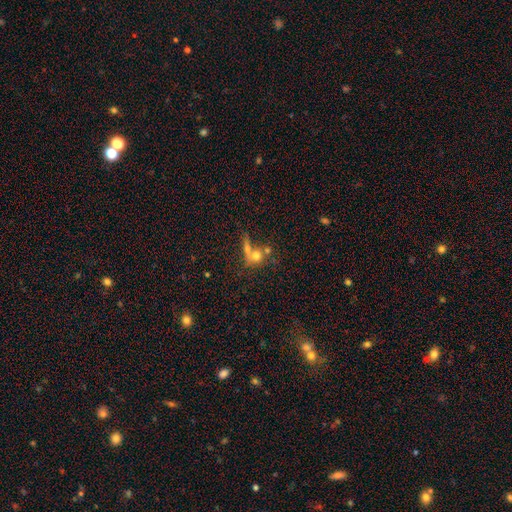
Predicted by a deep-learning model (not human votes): smooth-or-featured: smooth: 68% | featured or disk: 20% | star or artifact: 13%
  how-rounded: round: 72% | in between: 24% | cigar-shaped: 5%
  merging: merger: 48% | none: 34% | minor disturbance: 9% | major disturbance: 9%